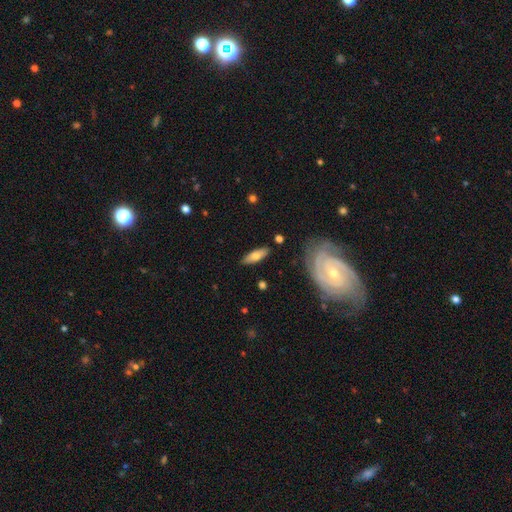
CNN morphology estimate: Overall: smooth (62%; featured or disk 32%). How rounded: in between (56%; cigar-shaped 42%). Merging: none (83%).